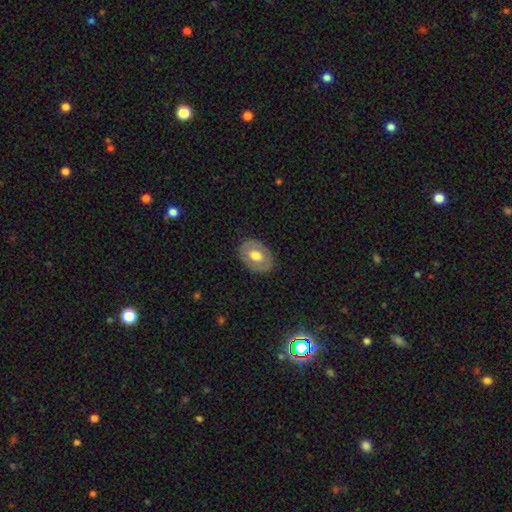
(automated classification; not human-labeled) Smooth or featured? smooth (57%)
How rounded? in between (75%)
Merging? none (84%)